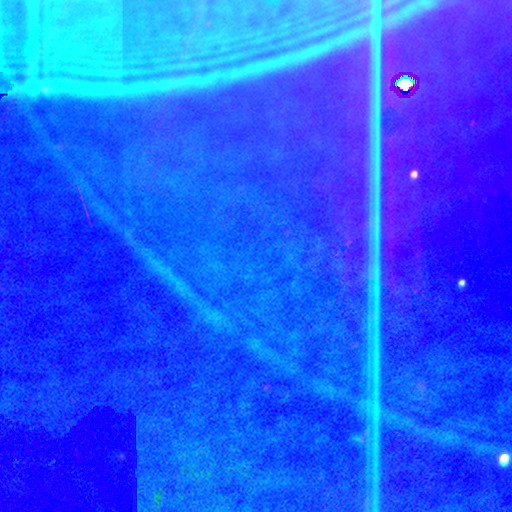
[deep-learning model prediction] Smooth or featured? Predicted: star or artifact (p=0.87).